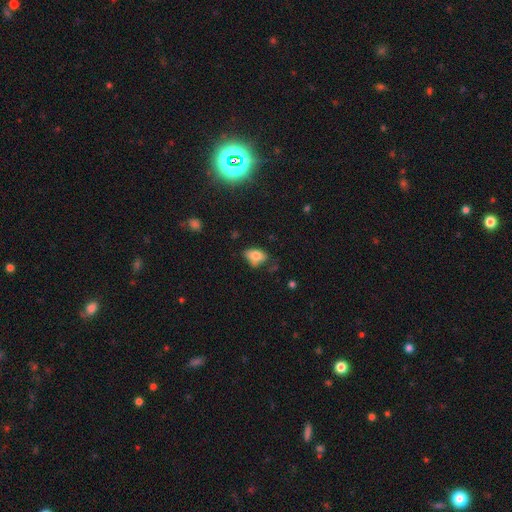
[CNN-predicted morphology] type=smooth (78%); roundness=in between (86%); merging=none (51%).